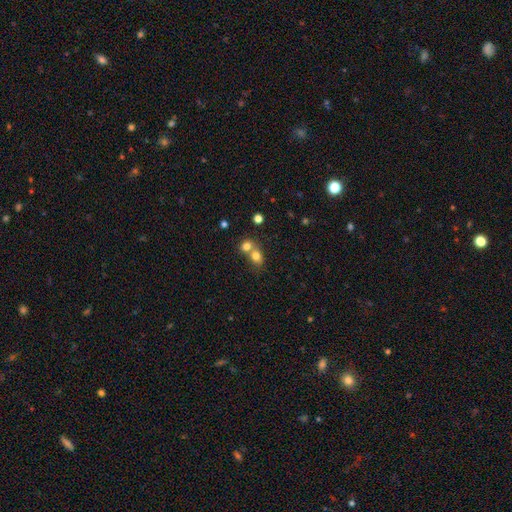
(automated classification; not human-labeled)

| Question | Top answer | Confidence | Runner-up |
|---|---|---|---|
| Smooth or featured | smooth | 77% | star or artifact (12%) |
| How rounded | round | 61% | in between (38%) |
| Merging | merger | 60% | none (31%) |